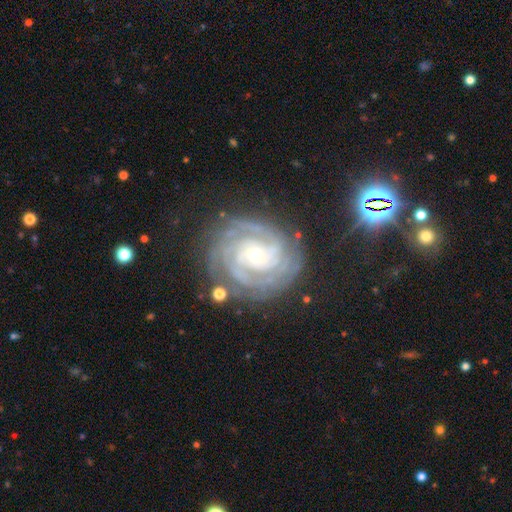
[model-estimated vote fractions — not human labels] This appears to be a featured or disk galaxy (90%) with no bar (66%), 3 (26%) tight (81%) spiral arms (98%) and a small central bulge (49%). Merging: none (76%).